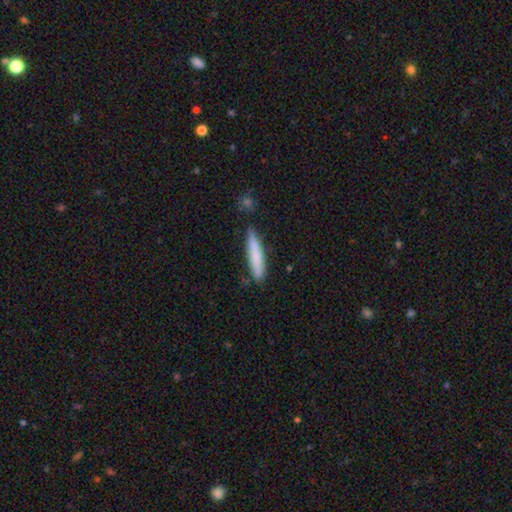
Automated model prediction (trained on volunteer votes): Smooth or featured: smooth — 80% (featured or disk — 14%)
How rounded: cigar-shaped — 90% (in between — 9%)
Merging: none — 82% (minor disturbance — 13%)